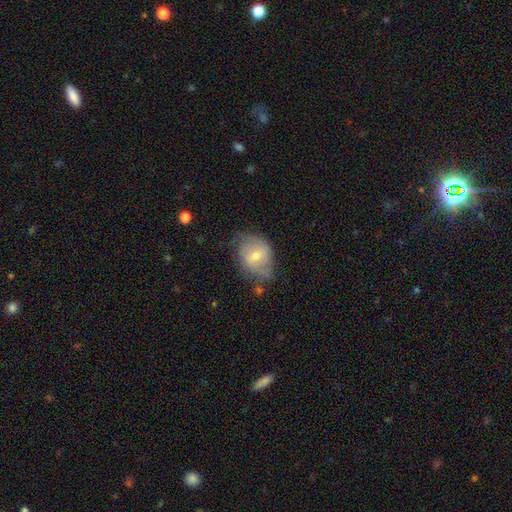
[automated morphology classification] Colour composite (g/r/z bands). It shows a smooth galaxy with no disk features (50%) that is in between round and cigar-shaped (60%). Merging: none (52%).